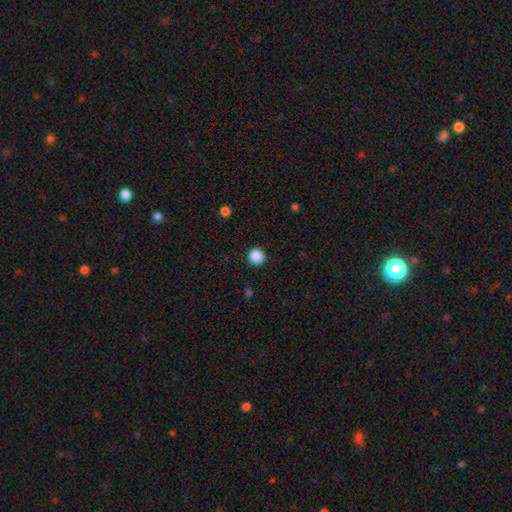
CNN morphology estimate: Q: Smooth or featured?
A: smooth (87%); runner-up: star or artifact (11%)
Q: How rounded?
A: round (94%); runner-up: in between (5%)
Q: Merging?
A: none (90%); runner-up: minor disturbance (7%)